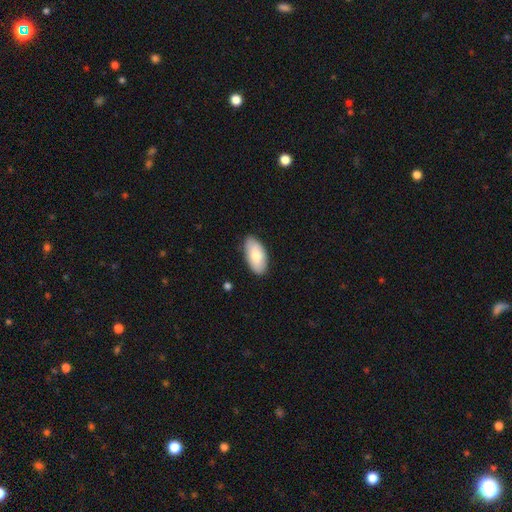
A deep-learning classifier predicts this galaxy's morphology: type=smooth (76%); roundness=in between (95%); merging=none (84%).